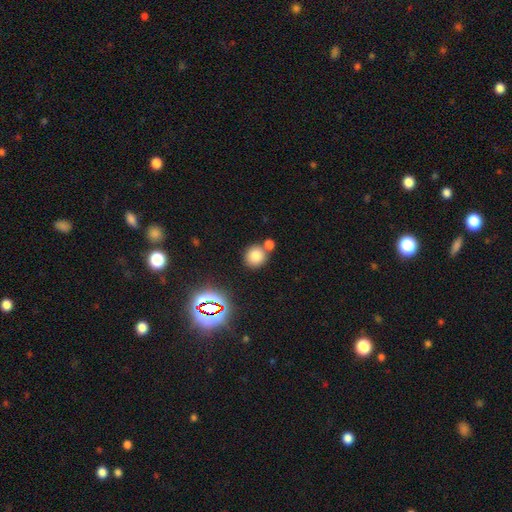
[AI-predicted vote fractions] Smooth or featured? smooth (78%)
How rounded? round (86%)
Merging? none (63%)